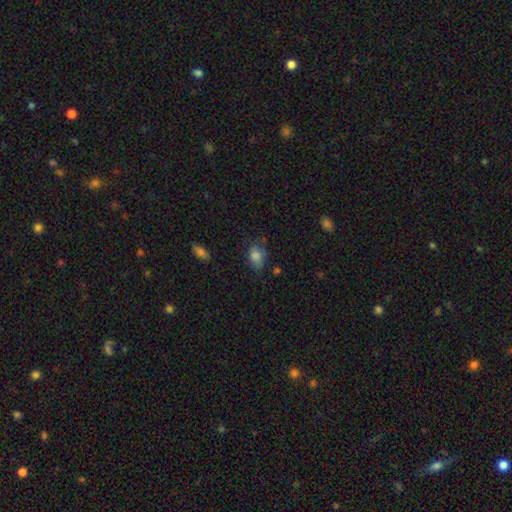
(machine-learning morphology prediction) This is clearly a smooth galaxy (81%). How rounded: clearly in between (81%). Merging: possibly none (58%).